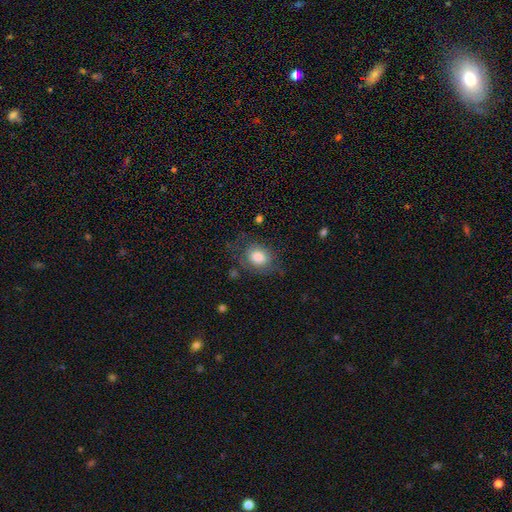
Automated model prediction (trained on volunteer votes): Smooth or featured?
  - smooth: 76% *
  - featured or disk: 14%
  - star or artifact: 9%
How rounded?
  - round: 53% *
  - in between: 46%
  - cigar-shaped: 1%
Merging?
  - none: 66% *
  - minor disturbance: 22%
  - major disturbance: 11%
  - merger: 2%